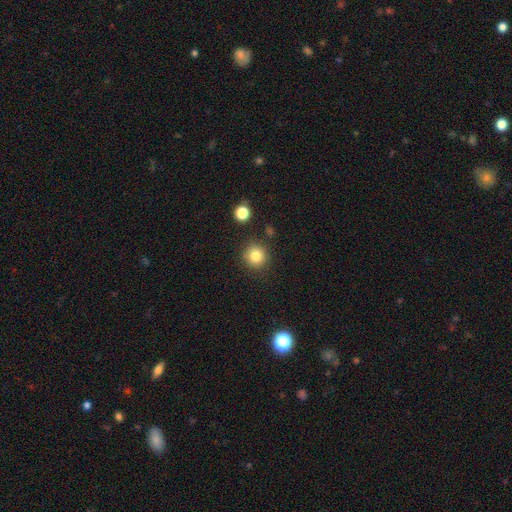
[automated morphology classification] A smooth galaxy with no disk features (83%) that is round (92%).

Vote fractions:
- Smooth or featured? smooth: 83% / star or artifact: 11% / featured or disk: 6%
- How rounded? round: 92% / in between: 7% / cigar-shaped: 1%
- Merging? none: 84% / minor disturbance: 9% / merger: 4% / major disturbance: 3%